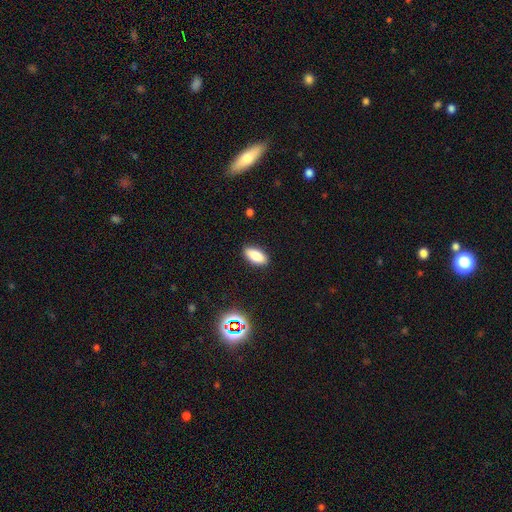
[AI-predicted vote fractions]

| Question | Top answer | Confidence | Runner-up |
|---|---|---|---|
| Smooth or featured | smooth | 84% | star or artifact (9%) |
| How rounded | in between | 87% | cigar-shaped (10%) |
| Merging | none | 88% | minor disturbance (9%) |